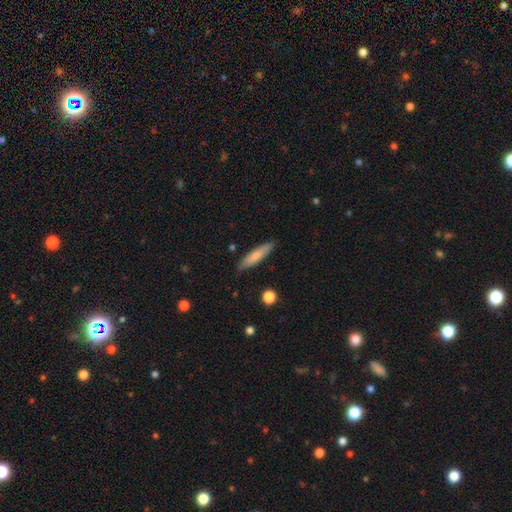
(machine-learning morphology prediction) smooth 76%, featured or disk 18%, star or artifact 6%. Down the decision tree: how rounded — cigar-shaped (80%); merging — none (85%).